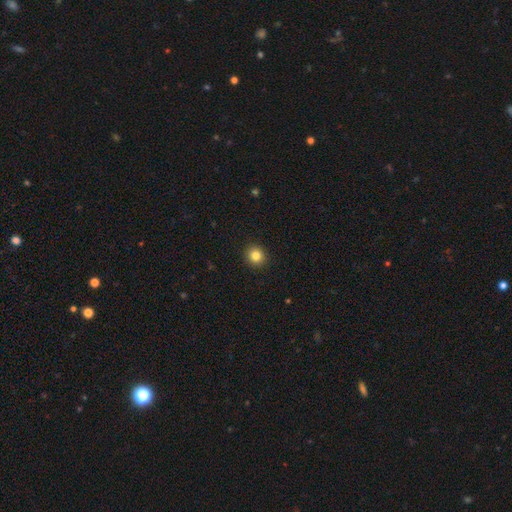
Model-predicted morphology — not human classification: A smooth galaxy with no disk features (83%) that is round (88%).

Vote fractions:
- Smooth or featured? smooth: 83% / star or artifact: 11% / featured or disk: 6%
- How rounded? round: 88% / in between: 11% / cigar-shaped: 1%
- Merging? none: 92% / minor disturbance: 5% / major disturbance: 2% / merger: 1%